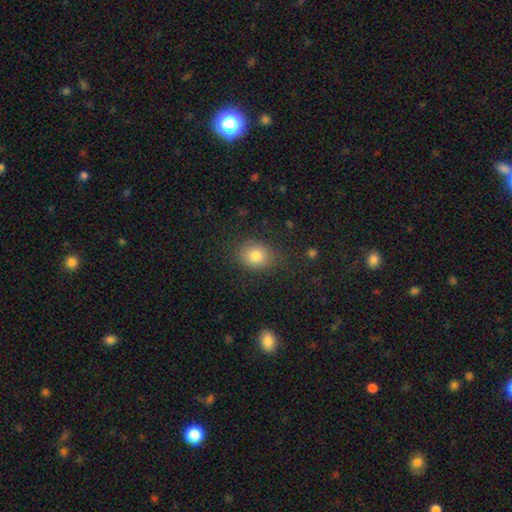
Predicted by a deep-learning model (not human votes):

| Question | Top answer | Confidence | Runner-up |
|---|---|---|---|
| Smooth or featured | smooth | 81% | star or artifact (11%) |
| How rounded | round | 53% | in between (46%) |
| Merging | none | 82% | minor disturbance (12%) |